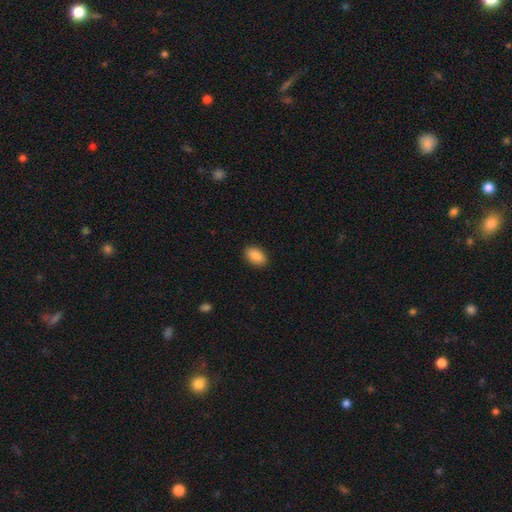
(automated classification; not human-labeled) smooth 88%, star or artifact 7%, featured or disk 4%. Down the decision tree: how rounded — in between (91%); merging — none (90%).